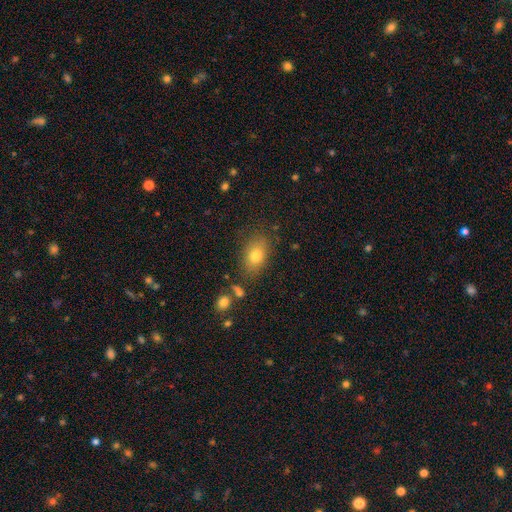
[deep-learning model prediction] A smooth galaxy with no disk features (77%) that is in between round and cigar-shaped (83%). Merging: none (79%).